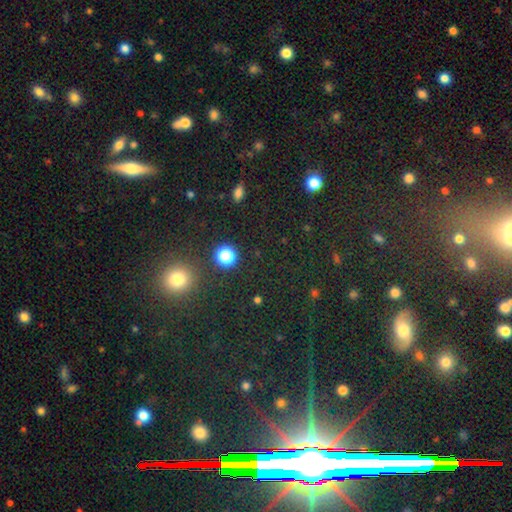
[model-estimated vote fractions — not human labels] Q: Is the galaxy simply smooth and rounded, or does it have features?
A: star or artifact — 45%, tied with smooth.